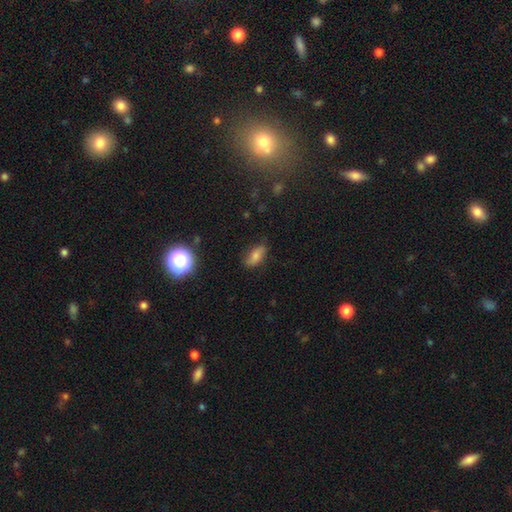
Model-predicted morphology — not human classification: This is likely a smooth galaxy (66%). How rounded: clearly in between (83%). Merging: likely none (75%).